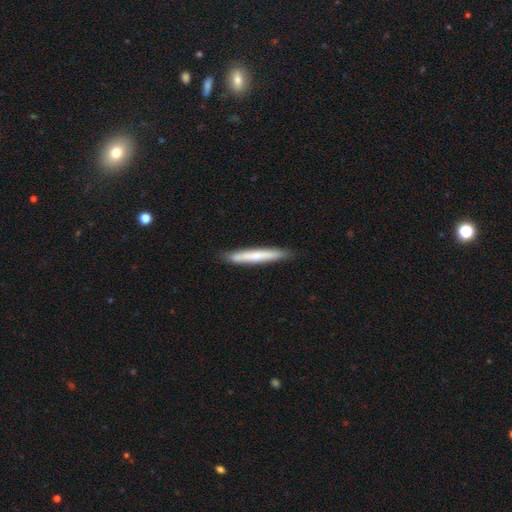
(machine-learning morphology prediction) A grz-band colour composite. It shows a smooth galaxy with no disk features (61%) that is cigar-shaped (96%). Merging: none (88%).